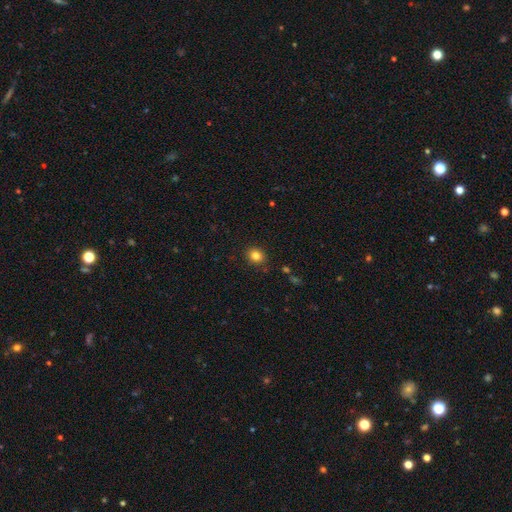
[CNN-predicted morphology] A smooth galaxy with no disk features (83%) that is round (57%).

Vote fractions:
- Smooth or featured? smooth: 83% / star or artifact: 11% / featured or disk: 6%
- How rounded? round: 57% / in between: 42% / cigar-shaped: 1%
- Merging? none: 88% / minor disturbance: 8% / major disturbance: 2% / merger: 1%